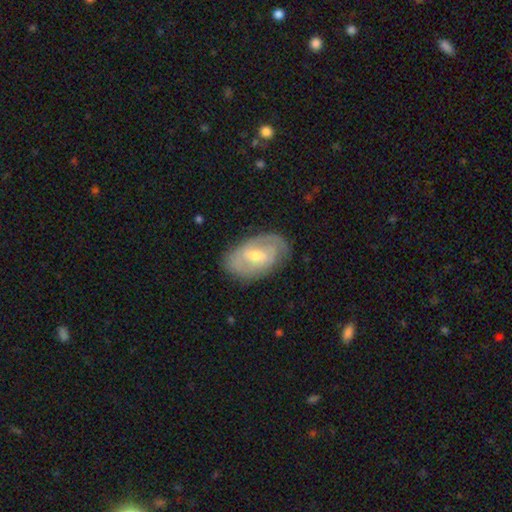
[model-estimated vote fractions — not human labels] featured or disk 72%, smooth 23%, star or artifact 6%. Down the decision tree: edge-on disk — no (95%); bar — weak (51%); spiral arms — yes (81%); spiral arm count — 2 (55%); spiral winding — tight (54%); bulge size — moderate (55%); merging — none (77%).